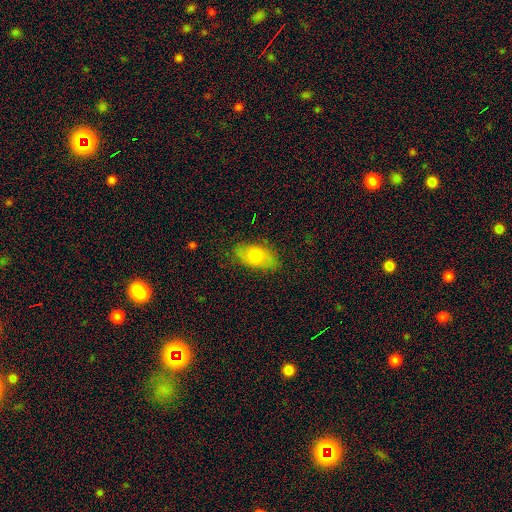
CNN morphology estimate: Smooth or featured: smooth — 69% (featured or disk — 24%)
How rounded: in between — 90% (round — 6%)
Merging: none — 77% (minor disturbance — 17%)